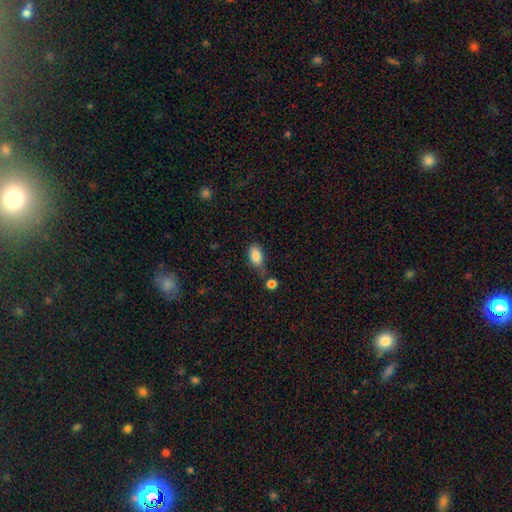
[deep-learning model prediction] smooth-or-featured: smooth: 84% | featured or disk: 8% | star or artifact: 8%
  how-rounded: in between: 89% | round: 8% | cigar-shaped: 3%
  merging: none: 45% | minor disturbance: 30% | merger: 15% | major disturbance: 10%